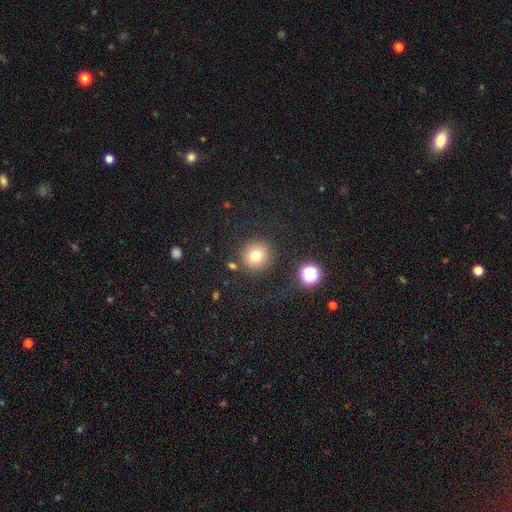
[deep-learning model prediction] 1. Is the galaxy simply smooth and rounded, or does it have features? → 76% smooth, 14% star or artifact, 10% featured or disk.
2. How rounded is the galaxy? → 95% round, 4% in between, 1% cigar-shaped.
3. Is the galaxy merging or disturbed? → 86% none, 7% minor disturbance, 3% merger, 3% major disturbance.